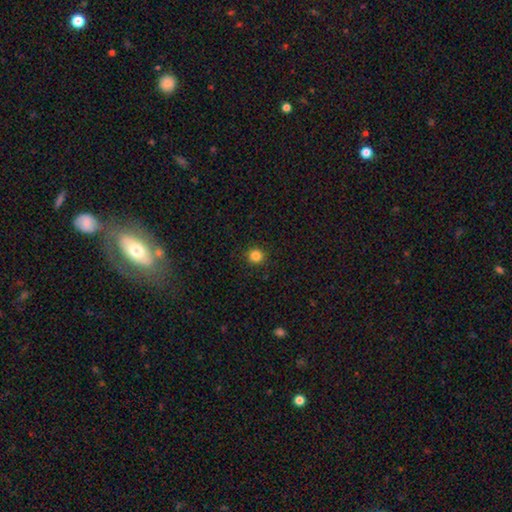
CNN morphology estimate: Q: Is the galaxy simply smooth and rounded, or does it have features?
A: smooth — 84%.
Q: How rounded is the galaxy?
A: round — 93%.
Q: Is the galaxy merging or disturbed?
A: none — 92%.